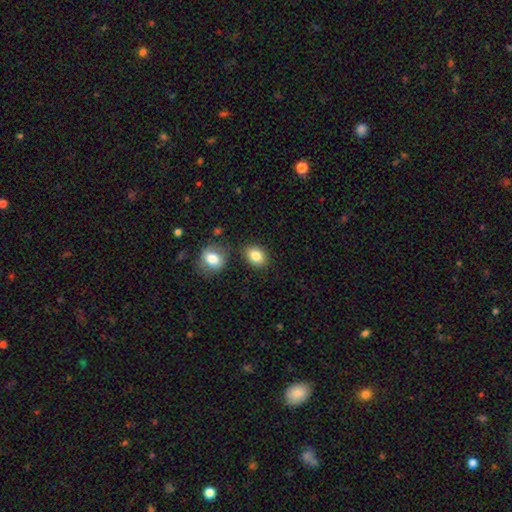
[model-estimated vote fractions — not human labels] This is clearly a smooth galaxy (84%). How rounded: likely in between (65%). Merging: likely none (79%).